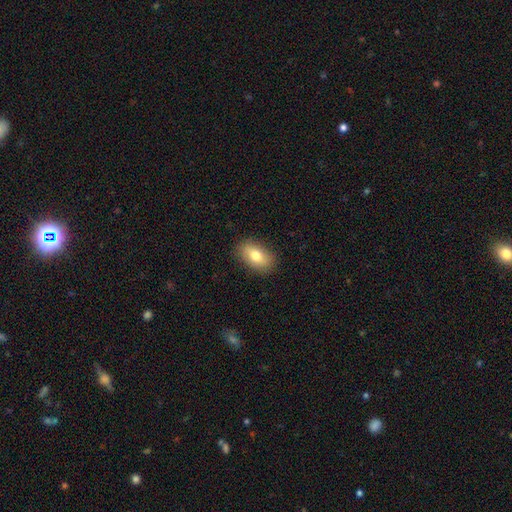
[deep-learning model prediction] Smooth or featured: smooth — 75% (featured or disk — 18%)
How rounded: in between — 89% (round — 8%)
Merging: none — 86% (minor disturbance — 10%)